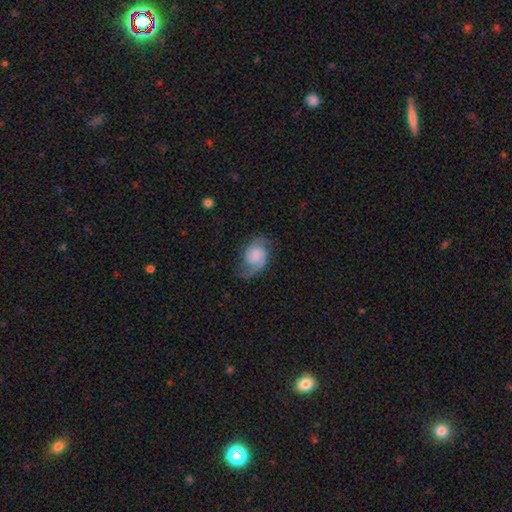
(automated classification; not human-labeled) Smooth or featured? Predicted: featured or disk (p=0.69). Edge-on disk? Predicted: no (p=0.98). Bar? Predicted: no (p=0.54). Spiral arms? Predicted: yes (p=0.93). Spiral winding? Predicted: medium (p=0.47). Spiral arm count? Predicted: 2 (p=0.64). Bulge size? Predicted: none (p=0.36). Merging? Predicted: none (p=0.55).